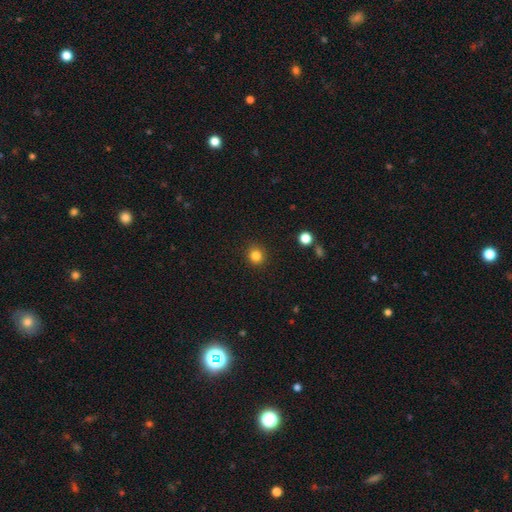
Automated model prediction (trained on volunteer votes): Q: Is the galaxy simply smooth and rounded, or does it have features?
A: smooth — 83%.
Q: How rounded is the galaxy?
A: round — 90%.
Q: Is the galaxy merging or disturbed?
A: none — 91%.